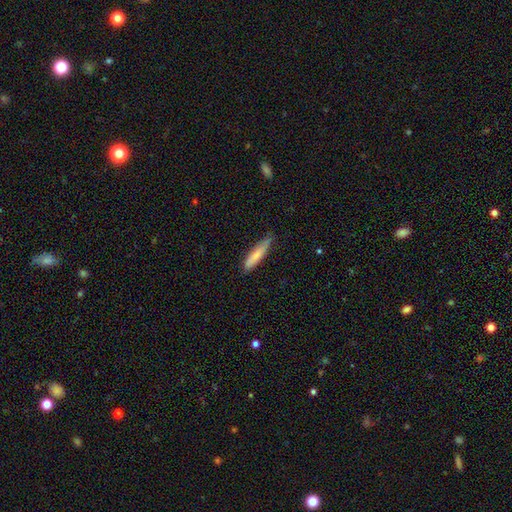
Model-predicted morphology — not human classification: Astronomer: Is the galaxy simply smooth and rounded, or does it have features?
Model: smooth — 76%.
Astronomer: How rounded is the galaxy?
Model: cigar-shaped — 83%.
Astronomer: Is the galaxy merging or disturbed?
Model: none — 73%.